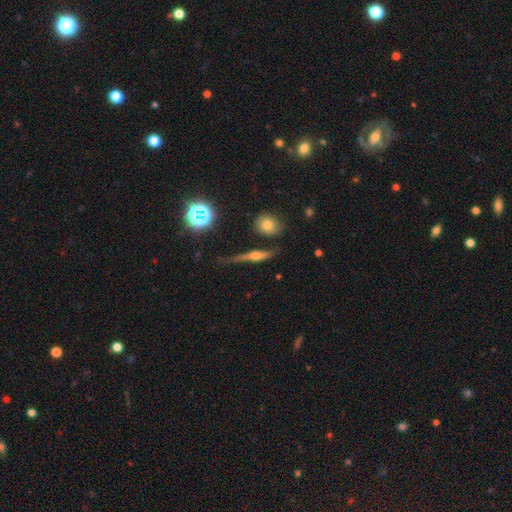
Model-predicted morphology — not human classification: Smooth or featured? Predicted: featured or disk (p=0.55). Edge-on disk? Predicted: yes (p=0.89). Merging? Predicted: none (p=0.63).